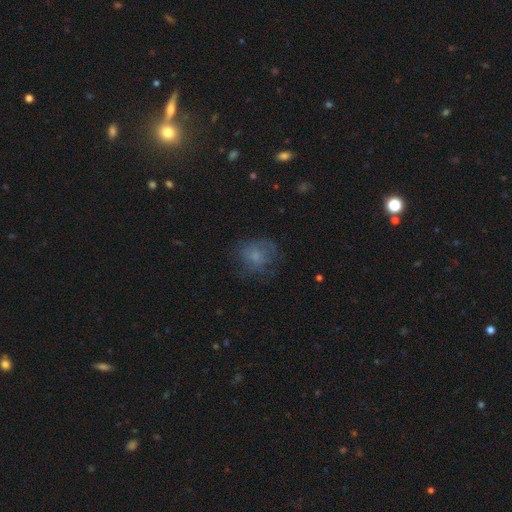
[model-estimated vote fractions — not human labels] smooth-or-featured: smooth: 60% | featured or disk: 26% | star or artifact: 14%
  how-rounded: round: 68% | in between: 31% | cigar-shaped: 1%
  merging: none: 57% | minor disturbance: 22% | major disturbance: 19% | merger: 2%